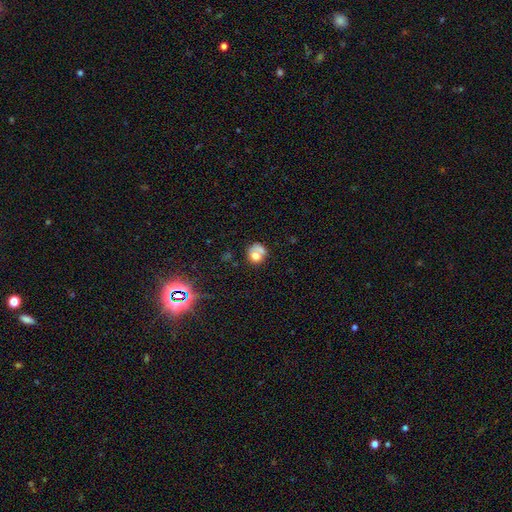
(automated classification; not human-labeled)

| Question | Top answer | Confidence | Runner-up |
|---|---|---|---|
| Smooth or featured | smooth | 68% | featured or disk (21%) |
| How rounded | round | 78% | in between (21%) |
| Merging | none | 45% | merger (28%) |